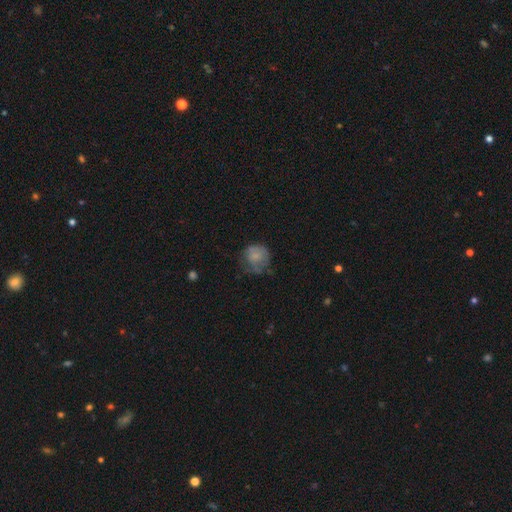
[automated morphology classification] smooth 68%, featured or disk 22%, star or artifact 10%. Down the decision tree: how rounded — round (79%); merging — none (43%).